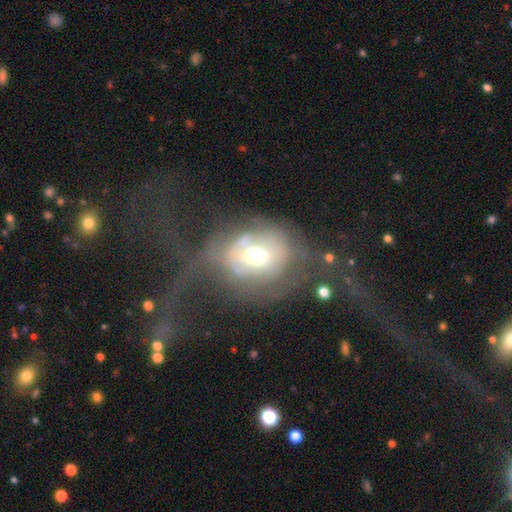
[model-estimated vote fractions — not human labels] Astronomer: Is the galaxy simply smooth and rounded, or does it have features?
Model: featured or disk — 45% (runner-up: smooth, 43%).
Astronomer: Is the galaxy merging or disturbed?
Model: major disturbance — 62%.